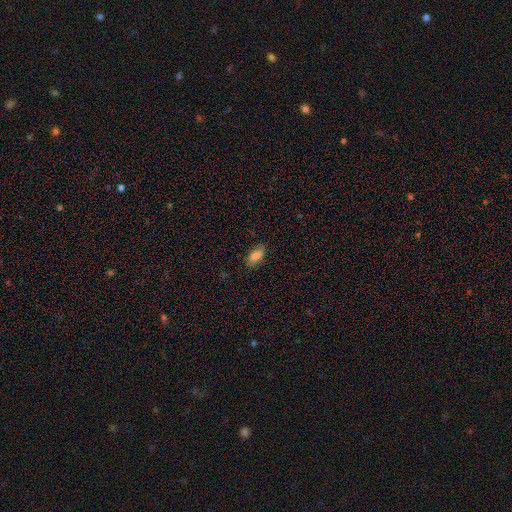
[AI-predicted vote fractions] This is clearly a smooth galaxy (81%). How rounded: clearly in between (89%). Merging: likely none (80%).